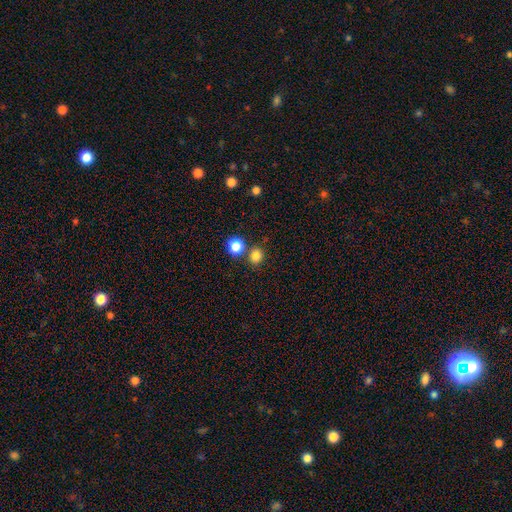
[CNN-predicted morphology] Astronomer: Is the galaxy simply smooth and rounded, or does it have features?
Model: smooth — 82%.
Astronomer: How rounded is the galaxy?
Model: round — 77%.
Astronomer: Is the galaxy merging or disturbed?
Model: none — 73%.